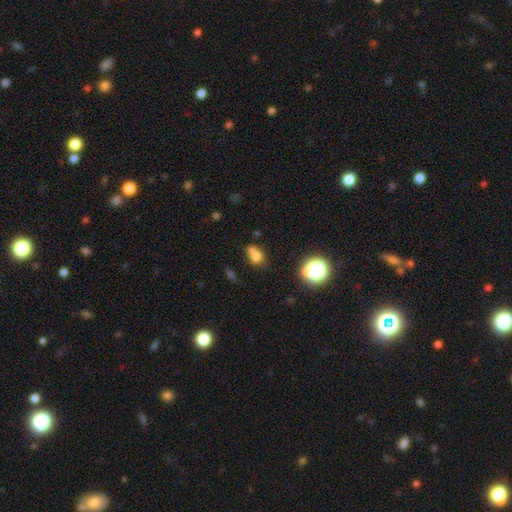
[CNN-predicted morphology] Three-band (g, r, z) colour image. It shows a smooth galaxy with no disk features (70%) that is round (57%). Merging: merger (41%).